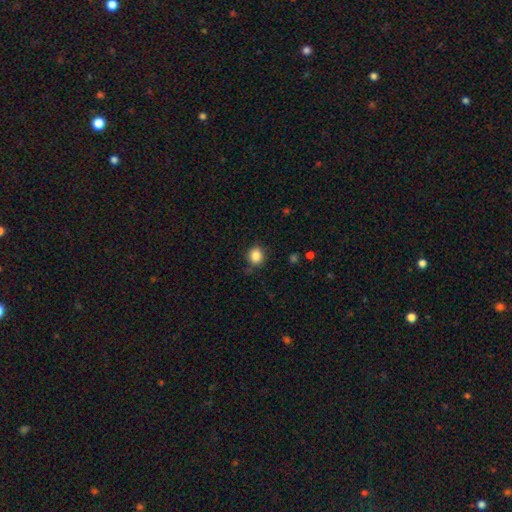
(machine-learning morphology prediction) Q: Smooth or featured?
A: smooth (86%); runner-up: star or artifact (10%)
Q: How rounded?
A: round (77%); runner-up: in between (22%)
Q: Merging?
A: none (80%); runner-up: minor disturbance (15%)